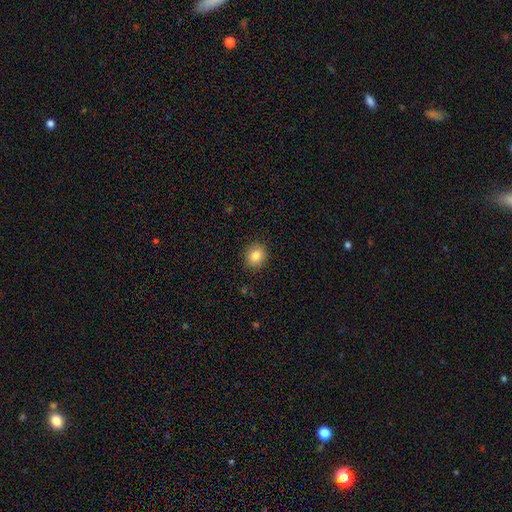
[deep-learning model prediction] Smooth or featured?
  - smooth: 83% *
  - star or artifact: 10%
  - featured or disk: 7%
How rounded?
  - round: 79% *
  - in between: 20%
  - cigar-shaped: 1%
Merging?
  - none: 90% *
  - minor disturbance: 7%
  - major disturbance: 2%
  - merger: 1%